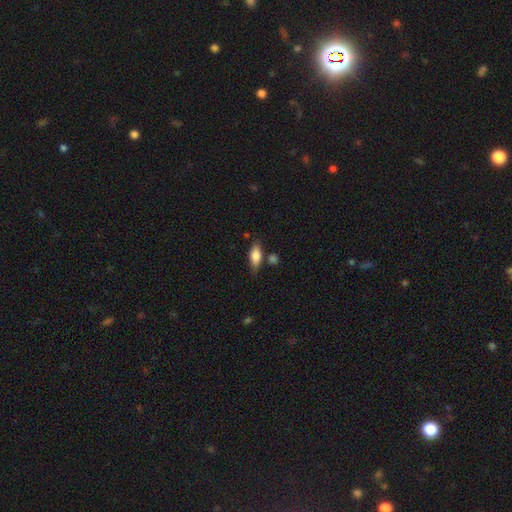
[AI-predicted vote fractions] The model was most divided on "merging": none: 69%, minor disturbance: 18%, merger: 8%, major disturbance: 4%. More confident: how rounded — in between (79%); smooth or featured — smooth (75%).